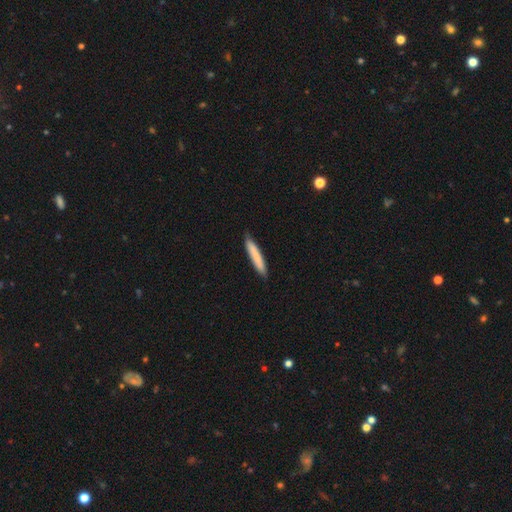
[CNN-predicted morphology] Smooth or featured: smooth — 81% (featured or disk — 14%)
How rounded: cigar-shaped — 94% (in between — 5%)
Merging: none — 87% (minor disturbance — 10%)